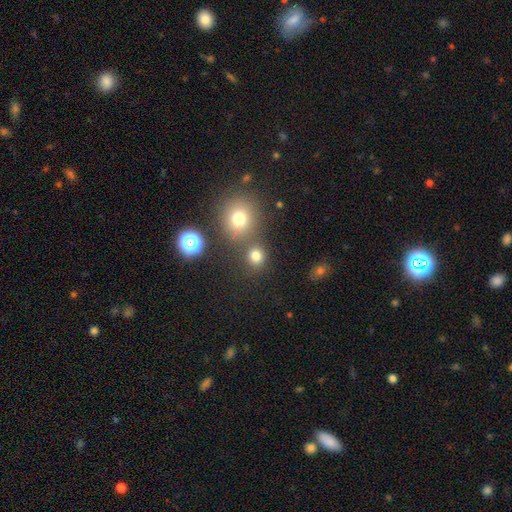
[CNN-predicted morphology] A smooth galaxy with no disk features (75%) that is round (83%).

Vote fractions:
- Smooth or featured? smooth: 75% / star or artifact: 19% / featured or disk: 6%
- How rounded? round: 83% / in between: 16% / cigar-shaped: 1%
- Merging? none: 71% / merger: 17% / minor disturbance: 8% / major disturbance: 4%